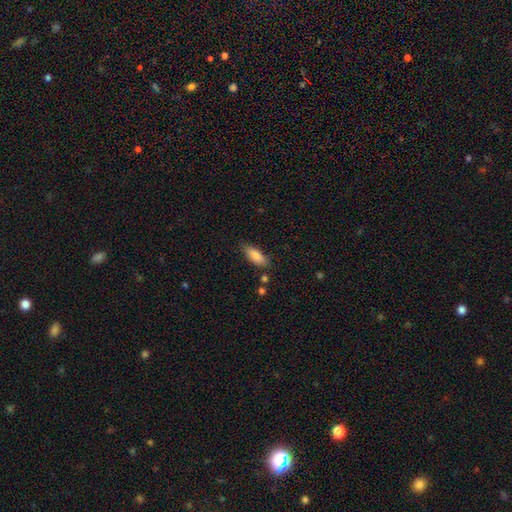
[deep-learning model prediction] Smooth or featured: smooth — 83% (featured or disk — 10%)
How rounded: in between — 70% (cigar-shaped — 28%)
Merging: none — 79% (minor disturbance — 15%)